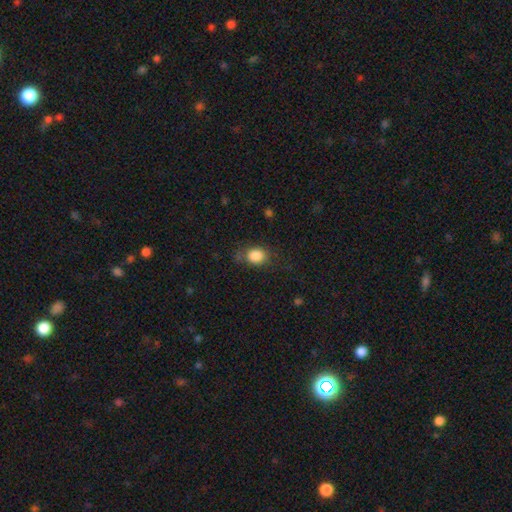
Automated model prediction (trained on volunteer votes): Q: Smooth or featured?
A: smooth (86%); runner-up: star or artifact (9%)
Q: How rounded?
A: in between (52%); runner-up: round (47%)
Q: Merging?
A: none (69%); runner-up: minor disturbance (21%)